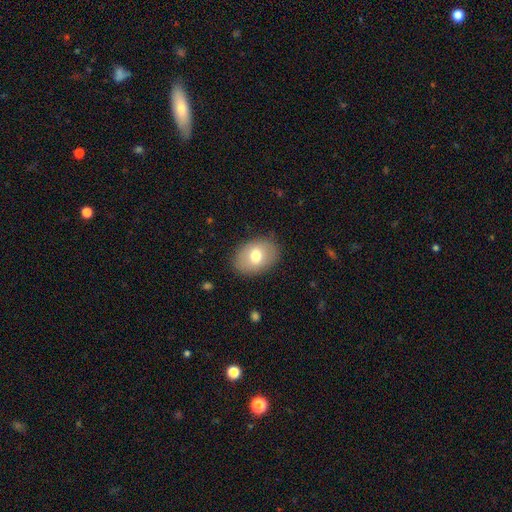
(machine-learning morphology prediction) A smooth galaxy with no disk features (71%) that is in between round and cigar-shaped (79%). Merging: none (85%).